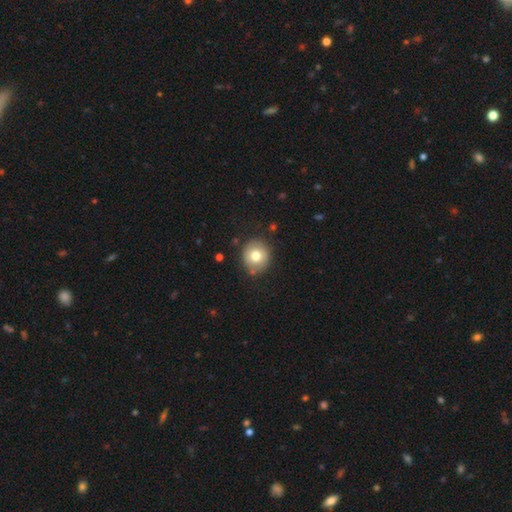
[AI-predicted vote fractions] This is likely a smooth galaxy (74%). How rounded: clearly round (84%). Merging: clearly none (82%).